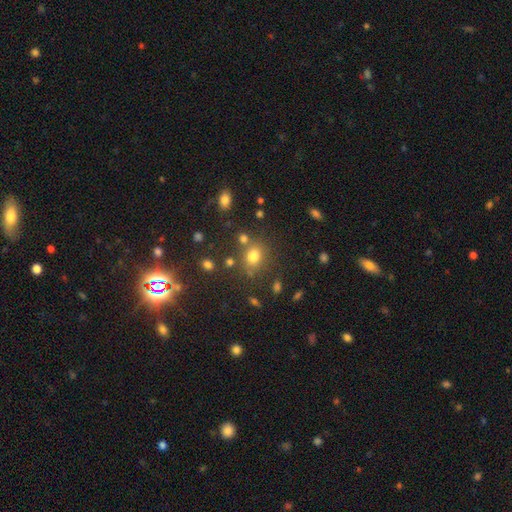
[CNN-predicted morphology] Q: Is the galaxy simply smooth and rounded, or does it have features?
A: smooth — 50%.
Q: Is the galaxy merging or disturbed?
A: none — 76%.